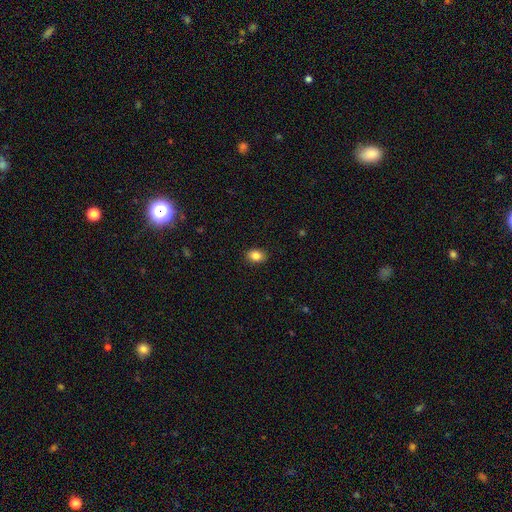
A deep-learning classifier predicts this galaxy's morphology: smooth 85%, star or artifact 9%, featured or disk 6%. Down the decision tree: how rounded — in between (71%); merging — none (89%).